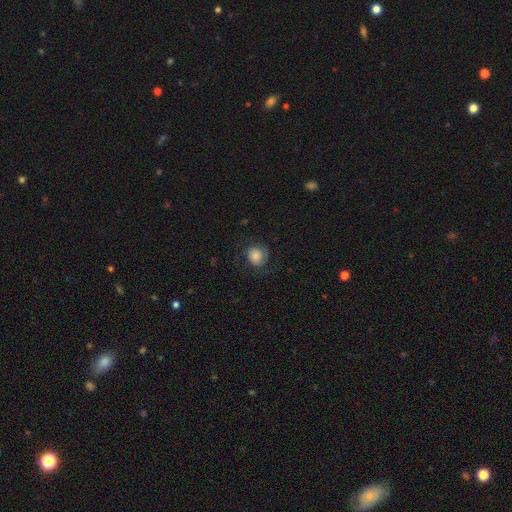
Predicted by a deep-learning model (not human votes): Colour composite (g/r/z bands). It shows a smooth galaxy with no disk features (67%) that is round (77%). Merging: none (68%).